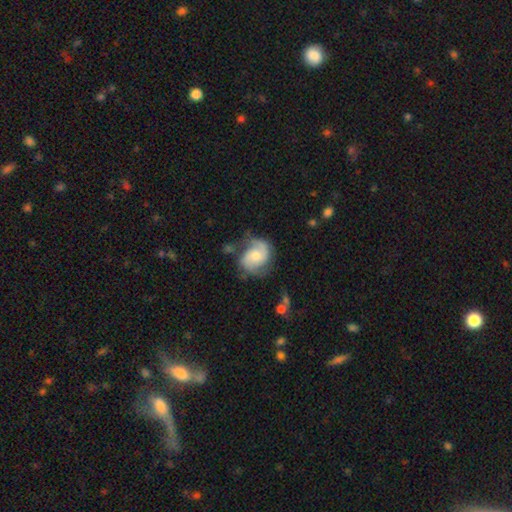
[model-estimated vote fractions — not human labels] A featured or disk galaxy (73%) with no bar (63%), 2 (80%) medium (46%) spiral arms (92%) and a moderate central bulge (55%).

Vote fractions:
- Smooth or featured? featured or disk: 73% / smooth: 21% / star or artifact: 6%
- Edge-on disk? no: 97% / yes: 3%
- Bar? no: 63% / weak: 31% / strong: 6%
- Spiral arms? yes: 92% / no: 8%
- Spiral winding? medium: 46% / tight: 27% / loose: 27%
- Spiral arm count? 2: 80% / can't tell: 8% / 1: 6% / 3: 3% / 4: 1% / more than 4: 1%
- Bulge size? moderate: 55% / small: 37% / large: 5% / none: 2% / dominant: 1%
- Merging? none: 59% / minor disturbance: 24% / major disturbance: 13% / merger: 4%